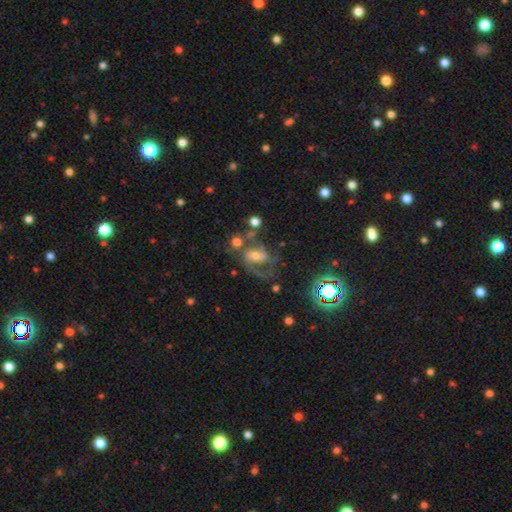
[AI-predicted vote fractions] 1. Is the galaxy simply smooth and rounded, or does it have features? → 77% featured or disk, 12% smooth, 11% star or artifact.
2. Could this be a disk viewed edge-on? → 97% no, 3% yes.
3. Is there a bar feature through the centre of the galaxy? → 43% weak, 42% no, 16% strong.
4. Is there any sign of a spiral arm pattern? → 93% yes, 7% no.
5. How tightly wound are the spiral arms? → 53% medium, 27% loose, 19% tight.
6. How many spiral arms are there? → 67% 2, 16% 1, 8% can't tell, 5% 3, 2% 4, 2% more than 4.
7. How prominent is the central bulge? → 52% moderate, 35% small, 8% large, 4% none, 2% dominant.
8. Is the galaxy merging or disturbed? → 45% none, 24% major disturbance, 18% minor disturbance, 12% merger.